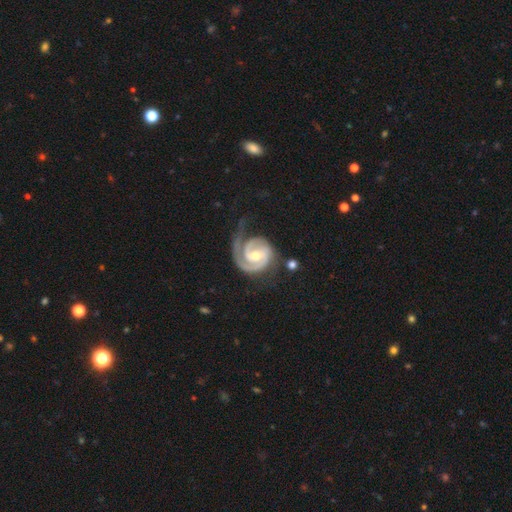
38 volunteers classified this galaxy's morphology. Overall: featured or disk (87%). Edge-on disk: no (100%). Bar: no (52%; weak 39%). Spiral arms: yes (100%). Spiral arm count: 2 (64%; 1 27%). Spiral winding: tight (67%; medium 33%). Bulge size: moderate (55%; small 36%). Merging: none (49%; minor disturbance 29%).